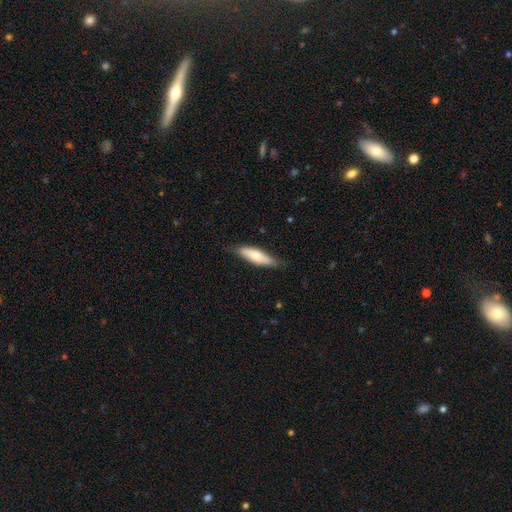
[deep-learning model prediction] smooth_or_featured: smooth (p=0.66) [alt: featured or disk p=0.29]
how_rounded: cigar-shaped (p=0.54) [alt: in between p=0.44]
merging: none (p=0.75) [alt: minor disturbance p=0.20]